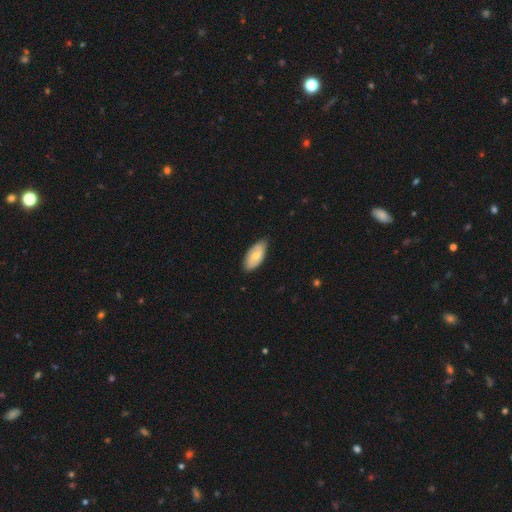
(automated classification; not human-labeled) Overall: smooth (58%; featured or disk 36%). How rounded: in between (92%). Merging: none (81%).